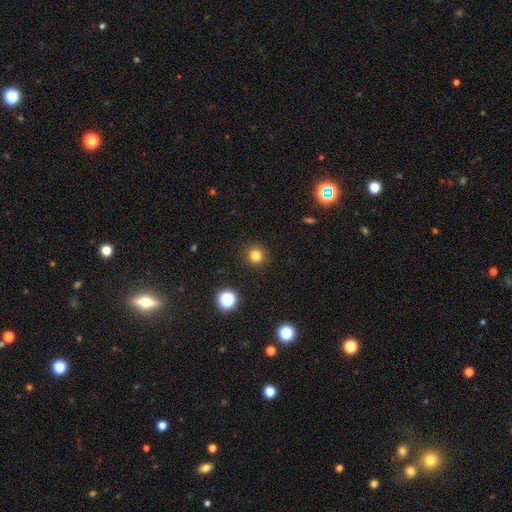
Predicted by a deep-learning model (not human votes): A smooth galaxy with no disk features (80%) that is round (95%). Merging: none (92%).